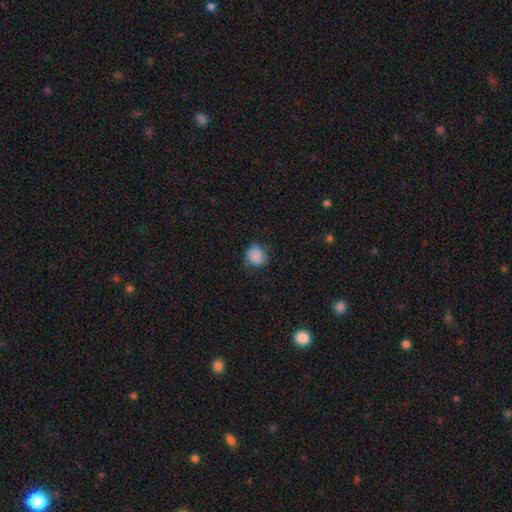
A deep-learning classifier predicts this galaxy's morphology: A smooth galaxy with no disk features (83%) that is round (68%). Merging: none (66%).